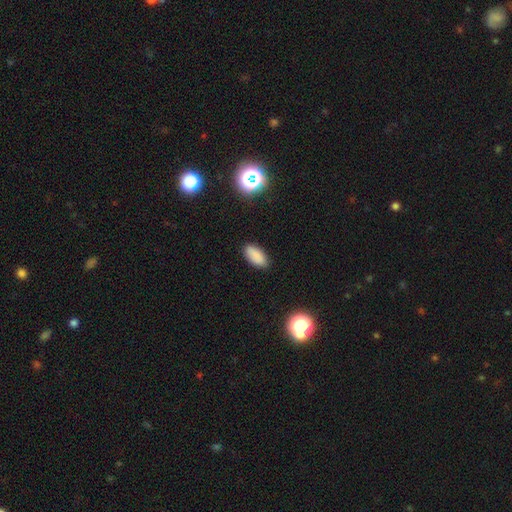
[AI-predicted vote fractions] Overall: smooth (86%). How rounded: in between (90%). Merging: none (86%).